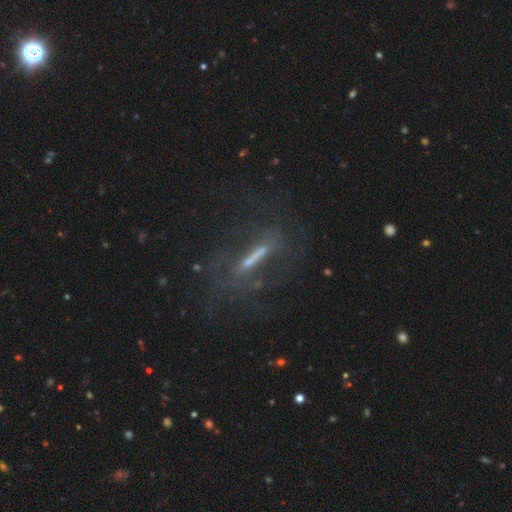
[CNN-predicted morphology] The model was most divided on "edge-on disk": no: 55%, yes: 45%. More confident: smooth or featured — featured or disk (64%); merging — none (59%).